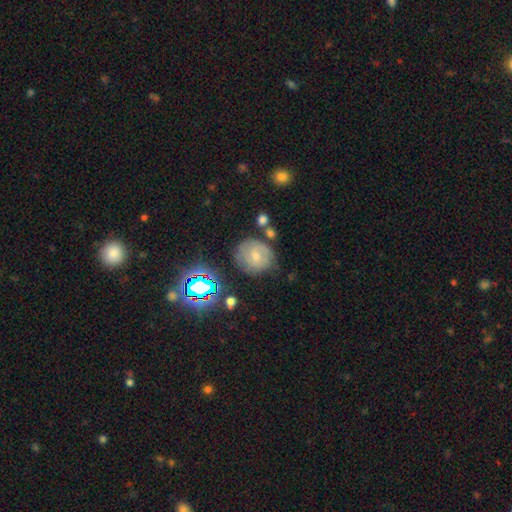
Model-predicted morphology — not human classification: Smooth or featured: smooth — 45% (featured or disk — 42%)
Merging: none — 67% (minor disturbance — 20%)